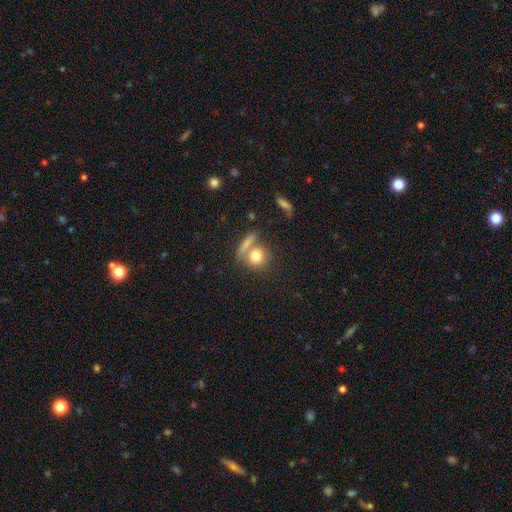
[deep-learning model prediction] Smooth or featured? smooth (77%)
How rounded? round (78%)
Merging? none (52%)